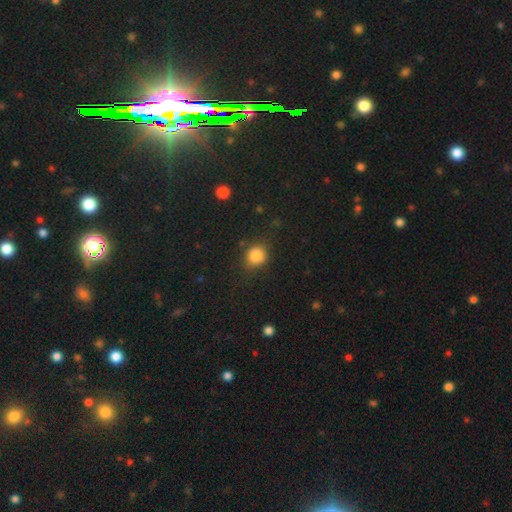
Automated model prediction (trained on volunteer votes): smooth 85%, star or artifact 11%, featured or disk 4%. Down the decision tree: how rounded — round (79%); merging — none (76%).